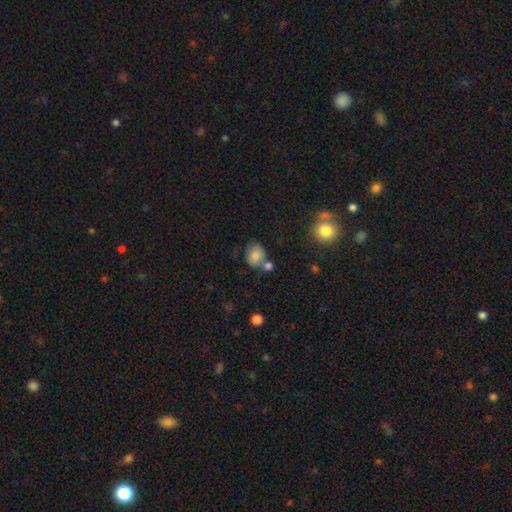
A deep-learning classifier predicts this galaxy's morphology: The model was most divided on "how rounded": in between: 50%, round: 49%, cigar-shaped: 1%. Remaining: smooth or featured — smooth (80%); merging — none (50%).